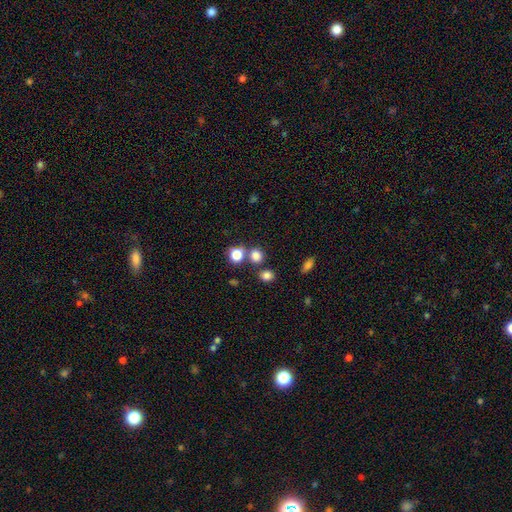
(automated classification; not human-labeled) A smooth galaxy with no disk features (78%) that is round (81%).

Vote fractions:
- Smooth or featured? smooth: 78% / star or artifact: 16% / featured or disk: 6%
- How rounded? round: 81% / in between: 18% / cigar-shaped: 1%
- Merging? none: 66% / merger: 22% / minor disturbance: 8% / major disturbance: 4%